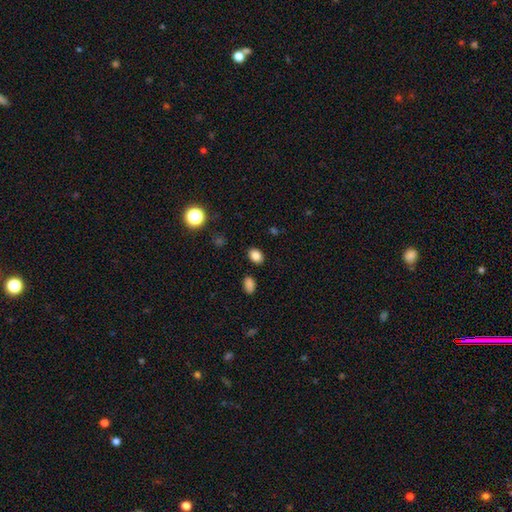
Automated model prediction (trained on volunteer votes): Smooth or featured? smooth (84%)
How rounded? in between (72%)
Merging? none (87%)